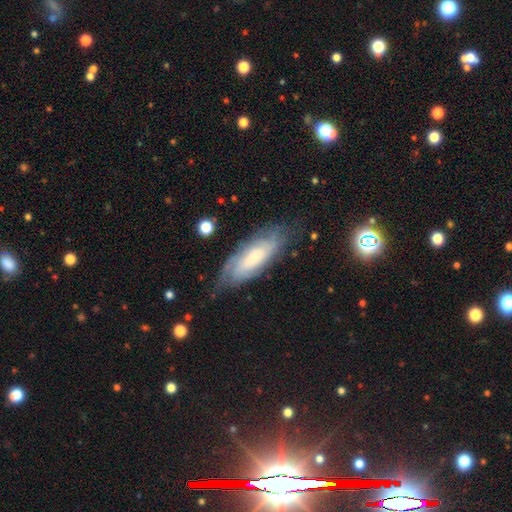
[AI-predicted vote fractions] A featured or disk galaxy (59%).

Vote fractions:
- Smooth or featured? featured or disk: 59% / smooth: 33% / star or artifact: 8%
- Edge-on disk? no: 82% / yes: 18%
- Merging? none: 68% / minor disturbance: 22% / major disturbance: 8% / merger: 2%